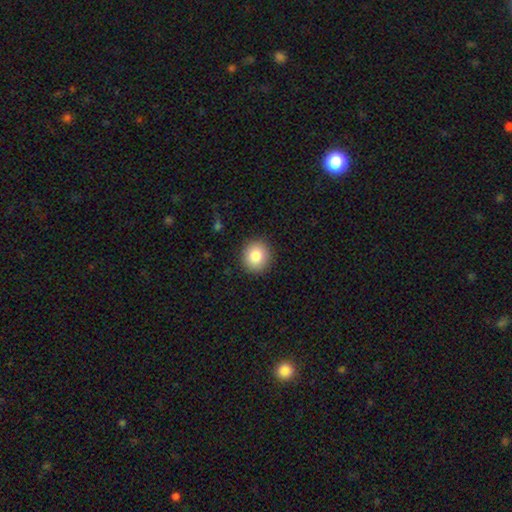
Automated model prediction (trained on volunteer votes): smooth 84%, star or artifact 9%, featured or disk 7%. Down the decision tree: how rounded — round (87%); merging — none (91%).